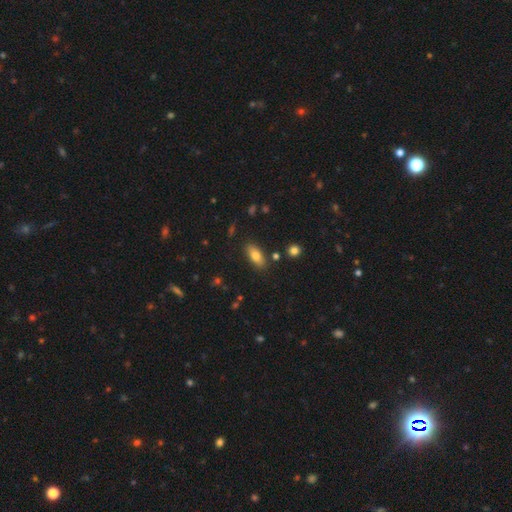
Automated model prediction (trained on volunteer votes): Q: Smooth or featured?
A: smooth (76%); runner-up: featured or disk (16%)
Q: How rounded?
A: in between (84%); runner-up: cigar-shaped (13%)
Q: Merging?
A: none (83%); runner-up: minor disturbance (11%)